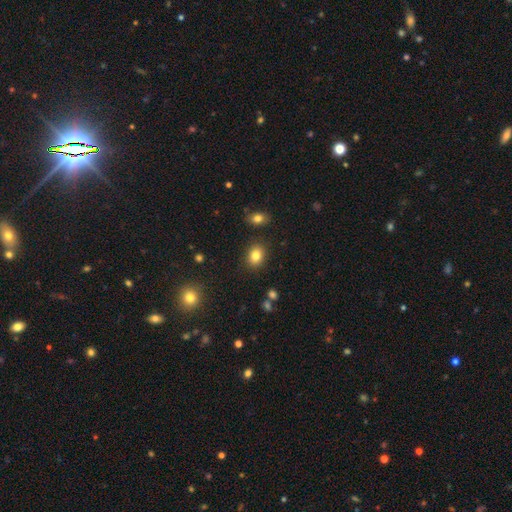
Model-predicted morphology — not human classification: Smooth or featured? smooth (83%)
How rounded? in between (56%)
Merging? none (87%)